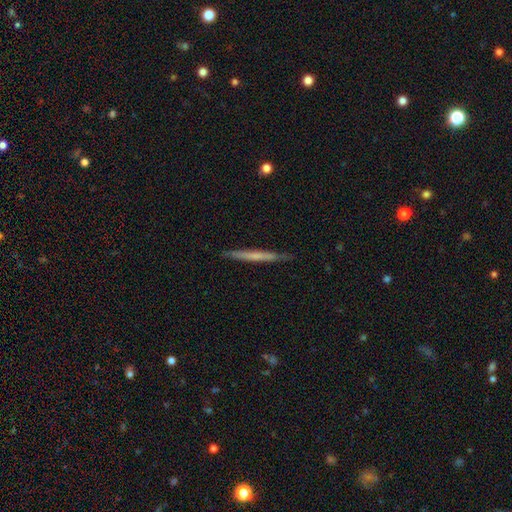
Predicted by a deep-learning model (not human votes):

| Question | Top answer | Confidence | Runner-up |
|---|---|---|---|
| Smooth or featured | smooth | 48% | featured or disk (47%) |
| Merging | none | 87% | minor disturbance (10%) |